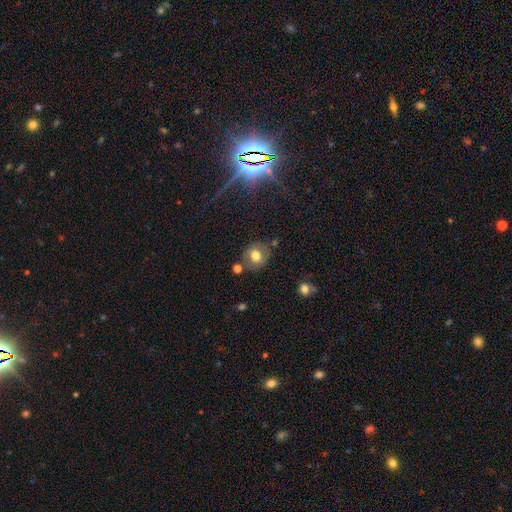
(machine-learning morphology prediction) Overall: smooth (71%). How rounded: round (70%). Merging: none (75%).